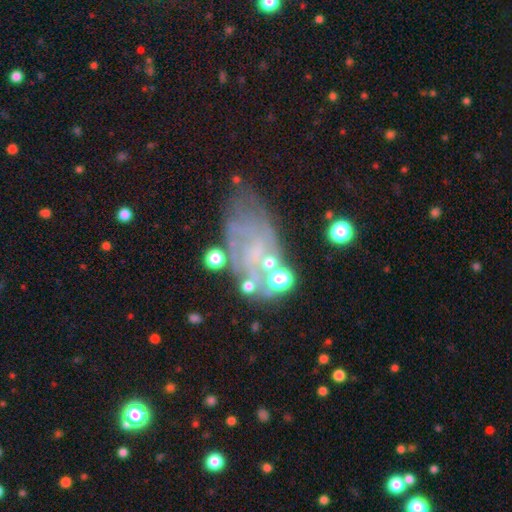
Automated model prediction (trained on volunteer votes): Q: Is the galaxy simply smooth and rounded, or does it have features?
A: featured or disk — 48%.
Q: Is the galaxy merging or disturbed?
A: none — 50%.